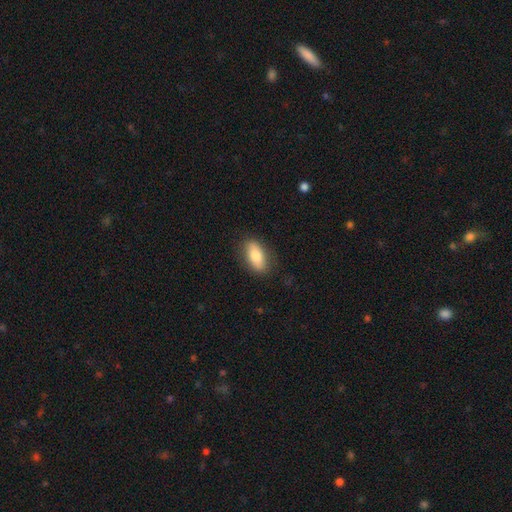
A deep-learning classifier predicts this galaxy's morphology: Smooth or featured? Predicted: smooth (p=0.78). How rounded? Predicted: in between (p=0.84). Merging? Predicted: none (p=0.84).